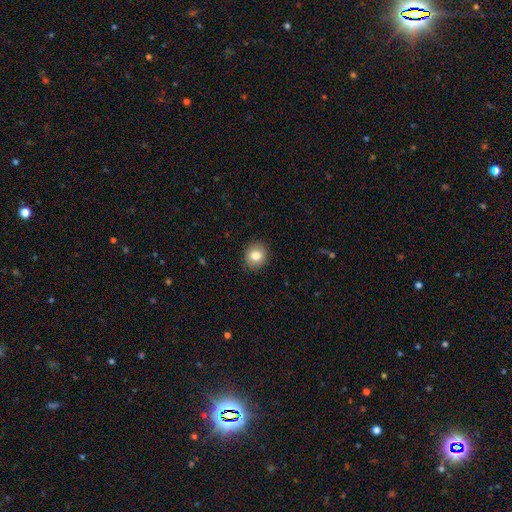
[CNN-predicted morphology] Smooth or featured? smooth (82%)
How rounded? round (79%)
Merging? none (91%)